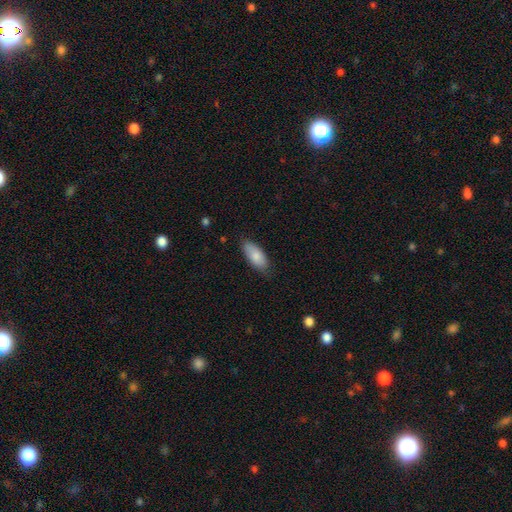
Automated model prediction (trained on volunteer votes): Smooth or featured?
  - smooth: 83% *
  - featured or disk: 11%
  - star or artifact: 6%
How rounded?
  - in between: 85% *
  - cigar-shaped: 13%
  - round: 2%
Merging?
  - none: 79% *
  - minor disturbance: 17%
  - major disturbance: 3%
  - merger: 1%